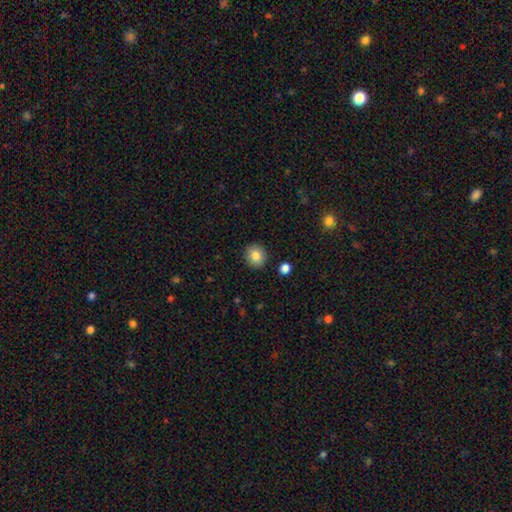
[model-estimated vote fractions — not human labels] This appears to be a smooth galaxy with no disk features (83%) that is round (84%). Merging: none (91%).